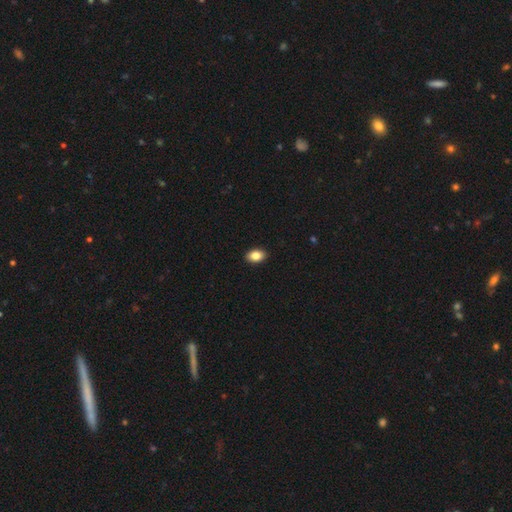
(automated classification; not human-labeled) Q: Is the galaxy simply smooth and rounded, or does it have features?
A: smooth — 85%.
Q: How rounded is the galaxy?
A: in between — 86%.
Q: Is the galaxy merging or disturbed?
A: none — 91%.